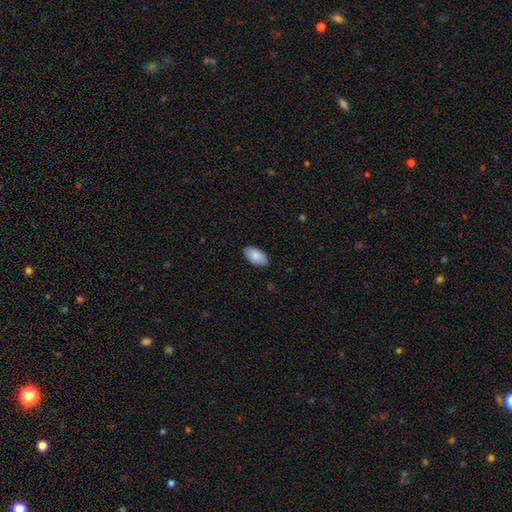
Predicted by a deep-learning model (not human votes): Smooth or featured? smooth (86%)
How rounded? in between (95%)
Merging? none (85%)